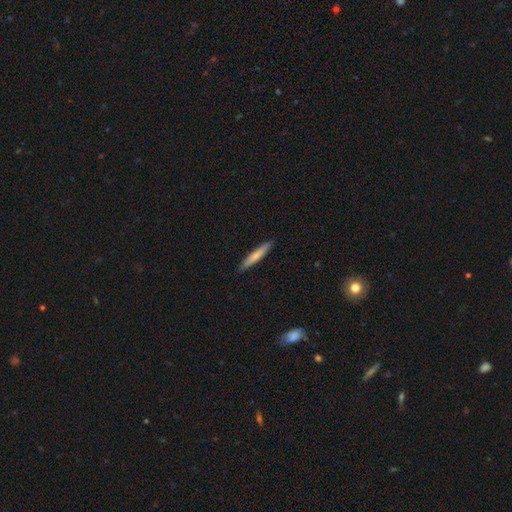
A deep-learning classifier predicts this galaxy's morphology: Smooth or featured?
  - smooth: 70% *
  - featured or disk: 25%
  - star or artifact: 5%
How rounded?
  - cigar-shaped: 92% *
  - in between: 7%
  - round: 1%
Merging?
  - none: 90% *
  - minor disturbance: 8%
  - major disturbance: 1%
  - merger: 1%